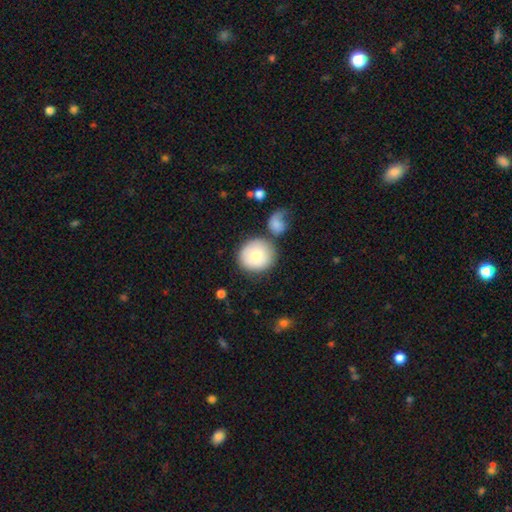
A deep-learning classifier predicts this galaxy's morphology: The model was most divided on "merging": none: 65%, merger: 17%, minor disturbance: 13%, major disturbance: 5%. More confident: how rounded — round (89%); smooth or featured — smooth (79%).